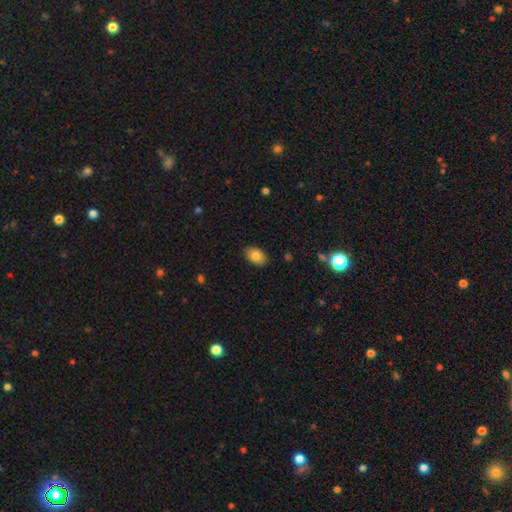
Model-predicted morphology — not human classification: Q: Smooth or featured?
A: smooth (81%); runner-up: featured or disk (11%)
Q: How rounded?
A: in between (90%); runner-up: round (9%)
Q: Merging?
A: none (88%); runner-up: minor disturbance (9%)